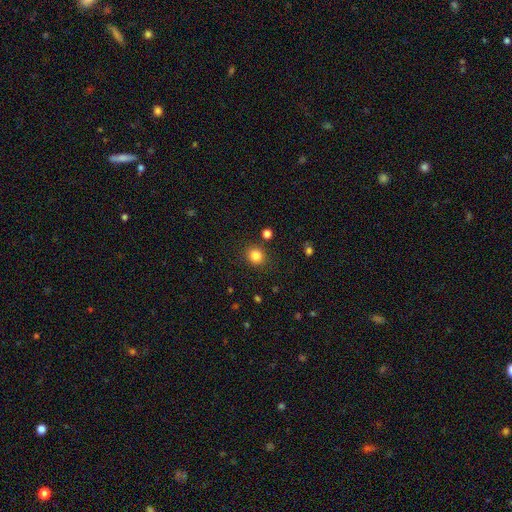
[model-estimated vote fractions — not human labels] Smooth or featured? smooth (83%)
How rounded? round (82%)
Merging? none (87%)